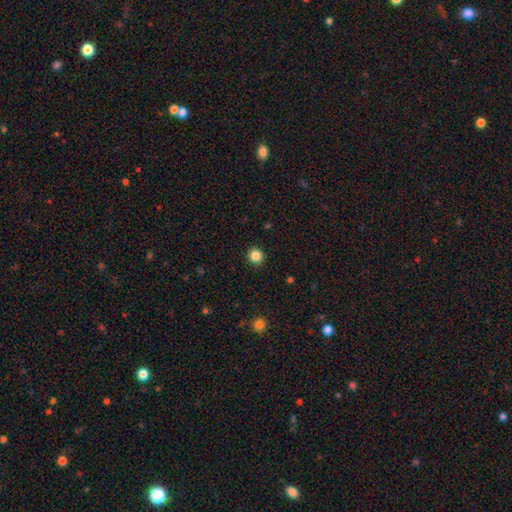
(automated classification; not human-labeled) This is clearly a smooth galaxy (85%). How rounded: clearly round (93%). Merging: clearly none (92%).